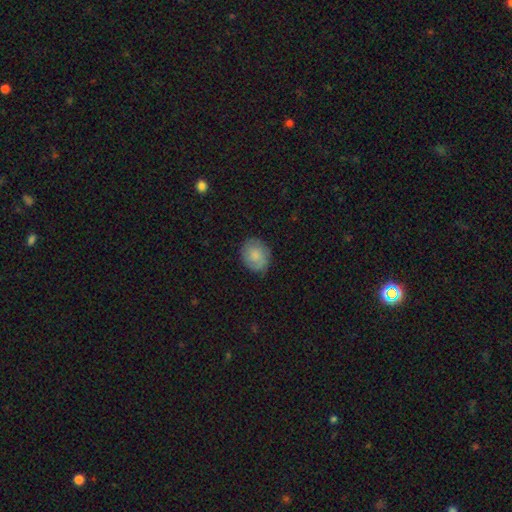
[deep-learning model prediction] Morphology: type=smooth (78%); roundness=round (54%); merging=none (80%).